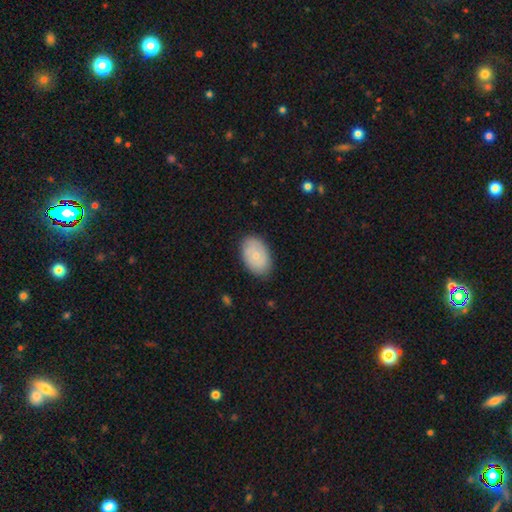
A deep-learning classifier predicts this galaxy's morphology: A smooth galaxy with no disk features (59%) that is in between round and cigar-shaped (87%). Merging: none (83%).